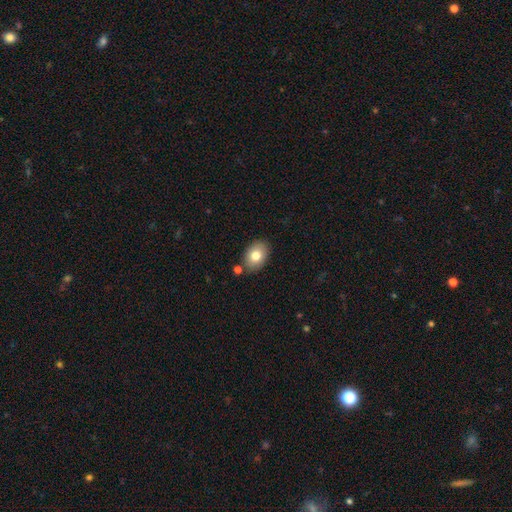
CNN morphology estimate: smooth 78%, featured or disk 14%, star or artifact 8%. Down the decision tree: how rounded — in between (81%); merging — none (80%).